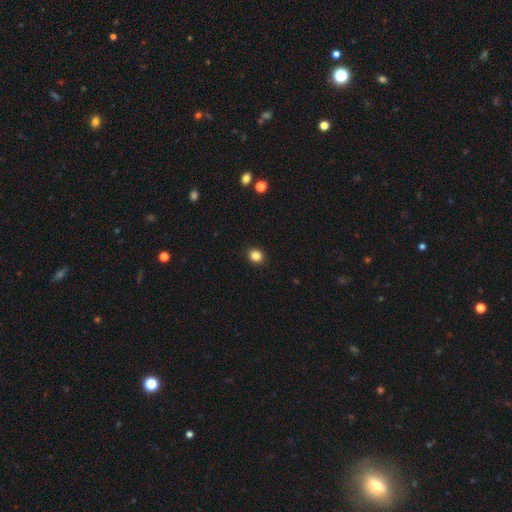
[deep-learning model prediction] Smooth or featured: smooth — 85% (star or artifact — 11%)
How rounded: round — 73% (in between — 26%)
Merging: none — 92% (minor disturbance — 5%)